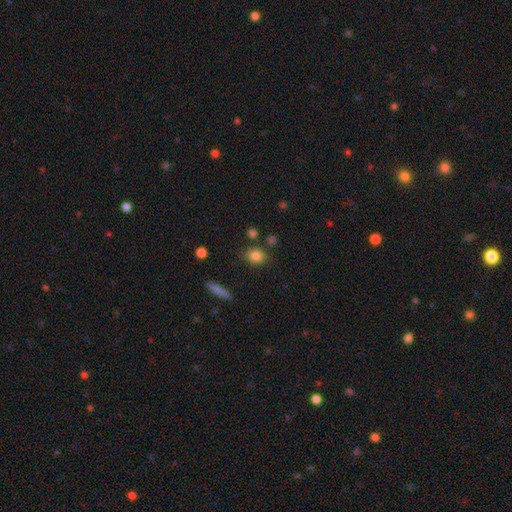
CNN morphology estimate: Smooth or featured? Predicted: smooth (p=0.84). How rounded? Predicted: round (p=0.63). Merging? Predicted: none (p=0.81).